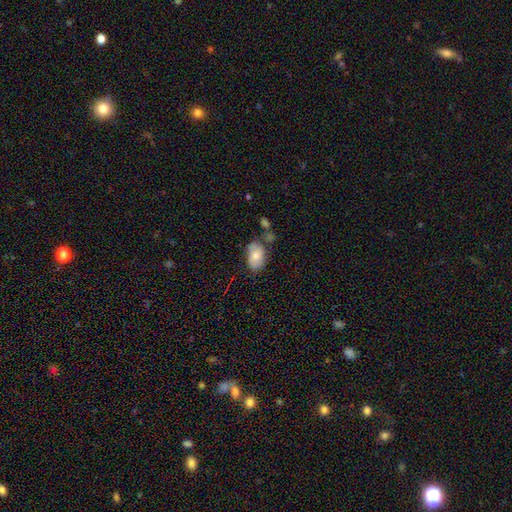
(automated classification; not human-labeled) A smooth galaxy with no disk features (71%) that is in between round and cigar-shaped (88%).

Vote fractions:
- Smooth or featured? smooth: 71% / featured or disk: 21% / star or artifact: 7%
- How rounded? in between: 88% / round: 10% / cigar-shaped: 1%
- Merging? none: 57% / minor disturbance: 24% / merger: 11% / major disturbance: 7%